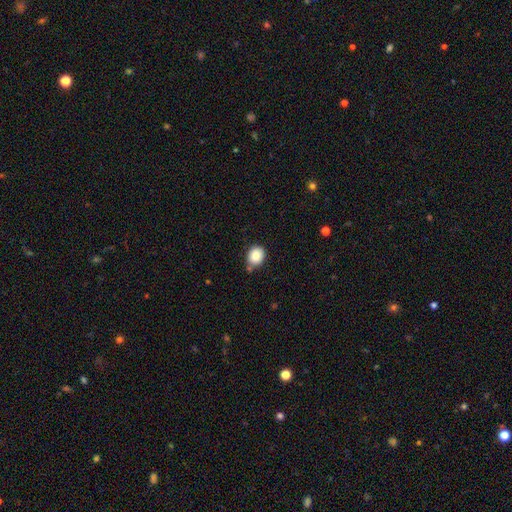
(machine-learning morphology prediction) smooth_or_featured: smooth (p=0.85) [alt: star or artifact p=0.09]
how_rounded: round (p=0.59) [alt: in between p=0.40]
merging: none (p=0.71) [alt: minor disturbance p=0.18]